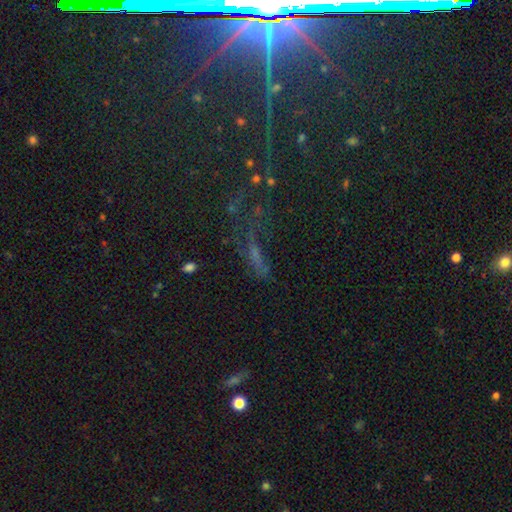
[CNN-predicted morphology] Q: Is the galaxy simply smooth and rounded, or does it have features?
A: star or artifact — 52%.